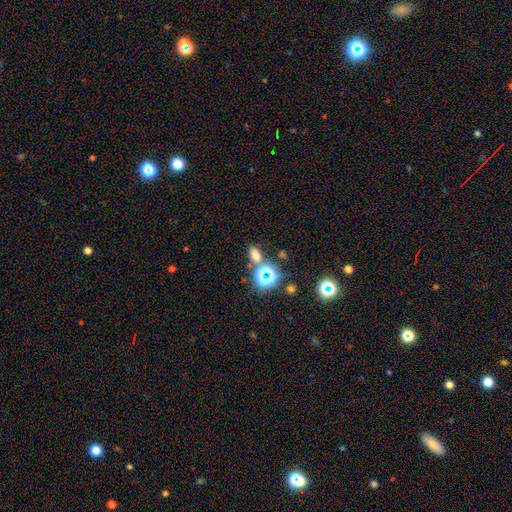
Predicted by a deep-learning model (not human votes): The model was most divided on "smooth or featured": smooth: 61%, star or artifact: 31%, featured or disk: 8%. More confident: how rounded — in between (74%); merging — none (71%).